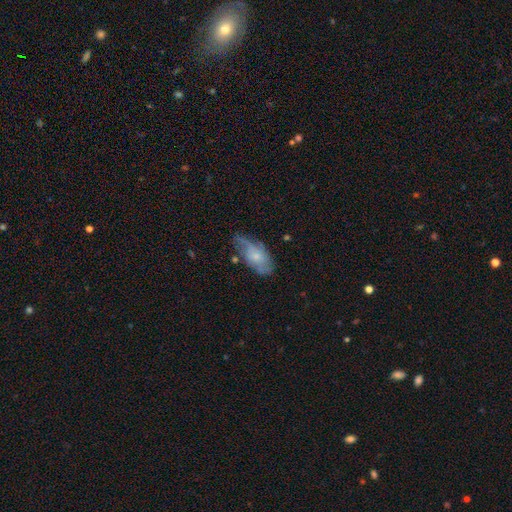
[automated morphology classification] Smooth or featured? Predicted: featured or disk (p=0.53). Edge-on disk? Predicted: no (p=0.91). Merging? Predicted: none (p=0.47).